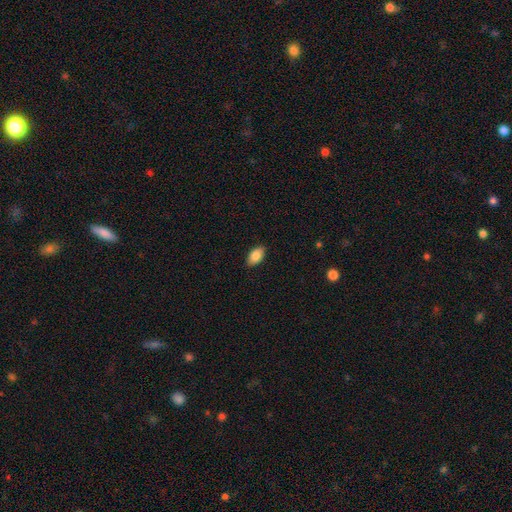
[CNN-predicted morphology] This appears to be a smooth galaxy with no disk features (85%) that is in between round and cigar-shaped (93%). Merging: none (89%).